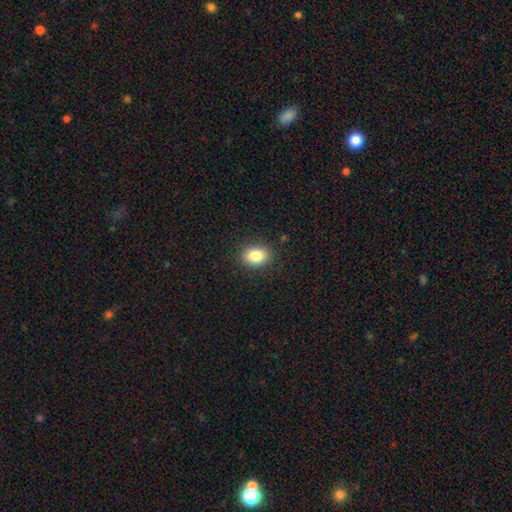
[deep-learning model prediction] Smooth or featured? smooth (84%)
How rounded? in between (63%)
Merging? none (89%)